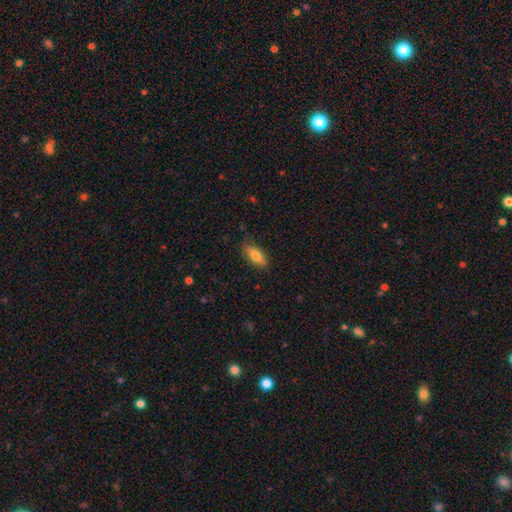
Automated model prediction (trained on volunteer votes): smooth-or-featured: smooth: 79% | featured or disk: 14% | star or artifact: 7%
  how-rounded: in between: 84% | cigar-shaped: 13% | round: 3%
  merging: none: 79% | minor disturbance: 17% | major disturbance: 3% | merger: 1%